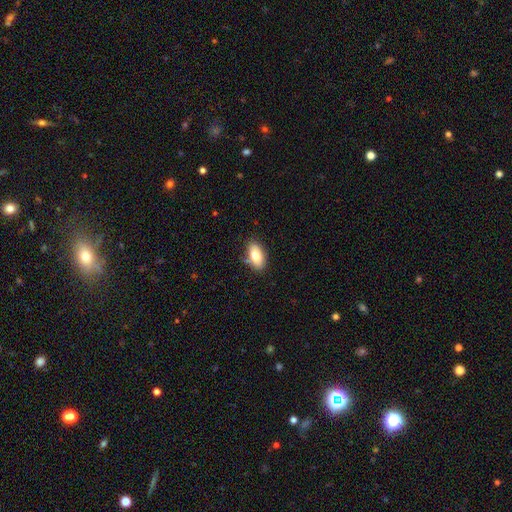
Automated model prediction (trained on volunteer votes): Smooth or featured? Predicted: smooth (p=0.77). How rounded? Predicted: in between (p=0.90). Merging? Predicted: none (p=0.79).